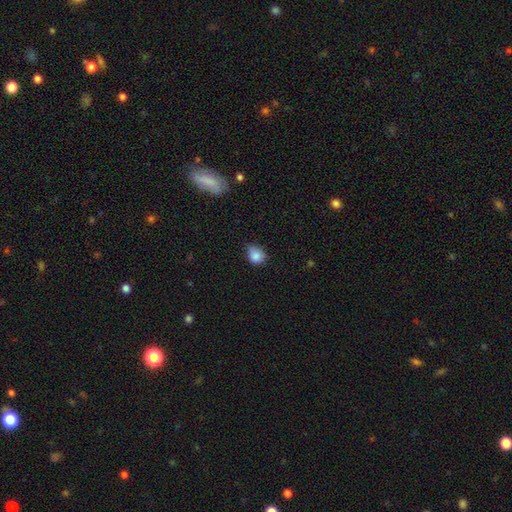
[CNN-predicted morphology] Q: Smooth or featured?
A: smooth (85%); runner-up: star or artifact (9%)
Q: How rounded?
A: round (56%); runner-up: in between (43%)
Q: Merging?
A: none (51%); runner-up: minor disturbance (40%)